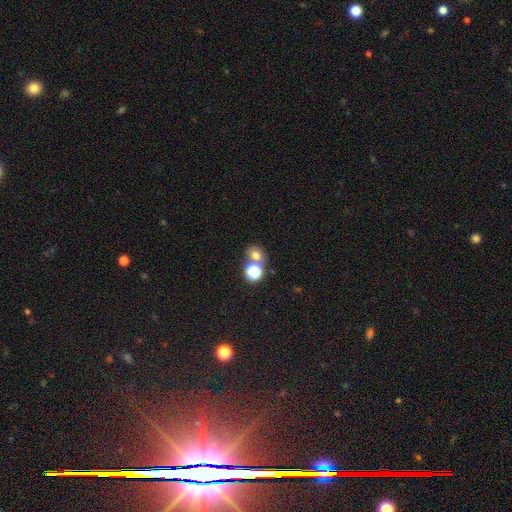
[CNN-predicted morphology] Smooth or featured: smooth — 68% (star or artifact — 22%)
How rounded: round — 71% (in between — 28%)
Merging: none — 53% (merger — 35%)